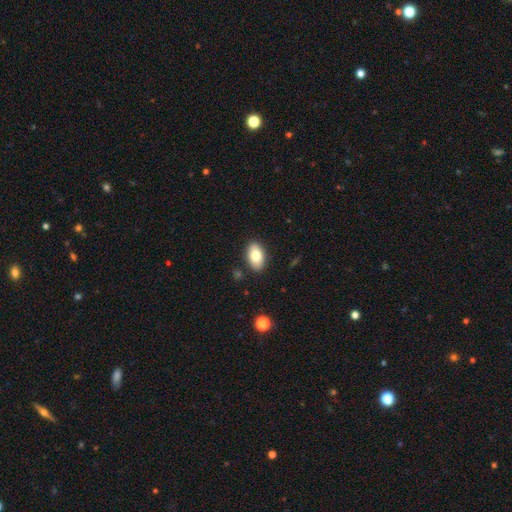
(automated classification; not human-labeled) This is clearly a smooth galaxy (81%). How rounded: clearly in between (92%). Merging: clearly none (88%).